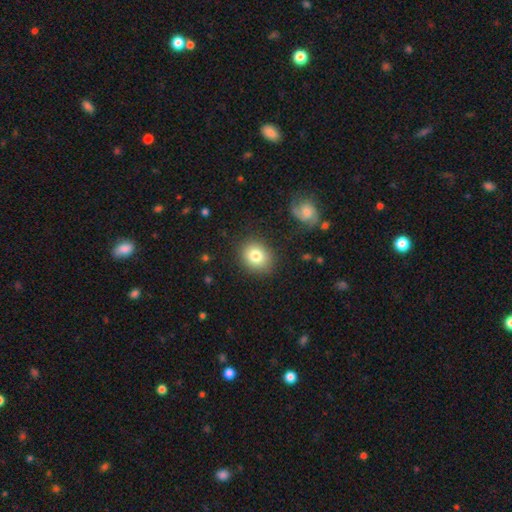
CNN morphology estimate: smooth-or-featured: smooth: 81% | featured or disk: 10% | star or artifact: 9%
  how-rounded: round: 67% | in between: 32% | cigar-shaped: 1%
  merging: none: 86% | minor disturbance: 10% | major disturbance: 3% | merger: 2%